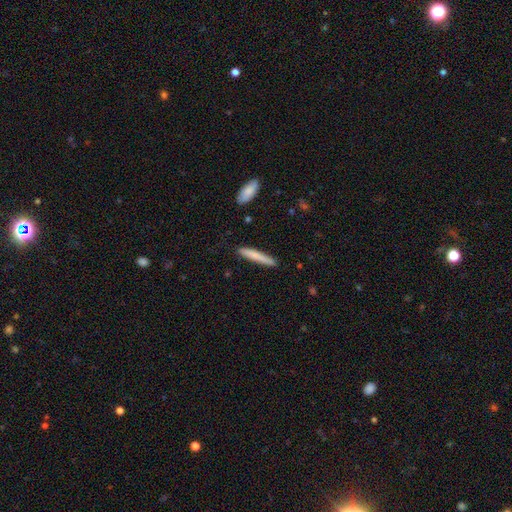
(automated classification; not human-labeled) The model was most divided on "smooth or featured": smooth: 76%, featured or disk: 19%, star or artifact: 6%. More confident: how rounded — cigar-shaped (94%); merging — none (86%).